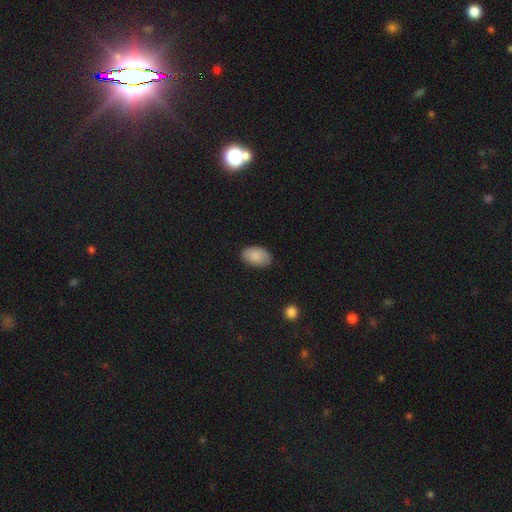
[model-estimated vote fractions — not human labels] Overall: smooth (87%). How rounded: in between (92%). Merging: none (80%).